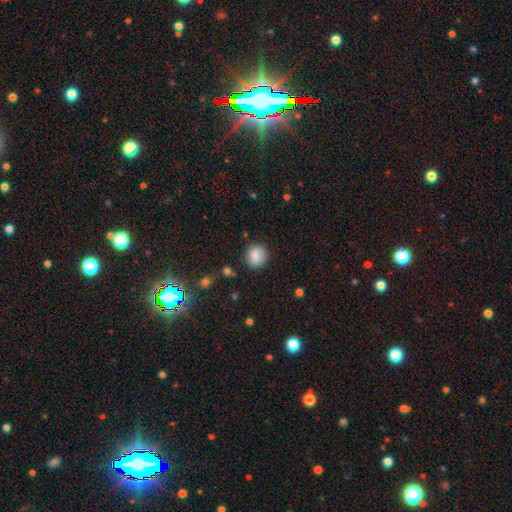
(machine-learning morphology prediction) smooth-or-featured: smooth: 85% | star or artifact: 9% | featured or disk: 6%
  how-rounded: round: 76% | in between: 23% | cigar-shaped: 1%
  merging: none: 82% | minor disturbance: 12% | major disturbance: 3% | merger: 2%